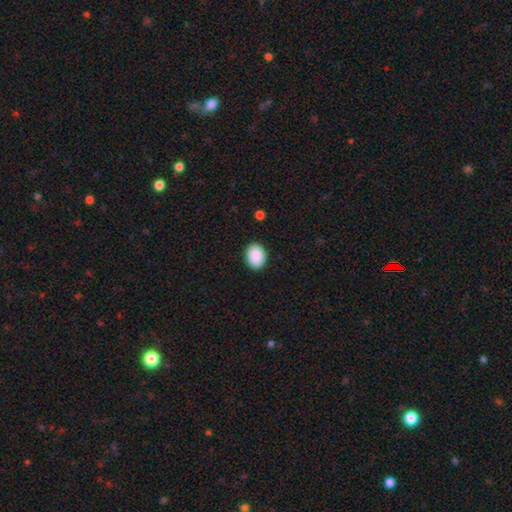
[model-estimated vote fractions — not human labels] Smooth or featured? smooth (90%)
How rounded? in between (68%)
Merging? none (89%)